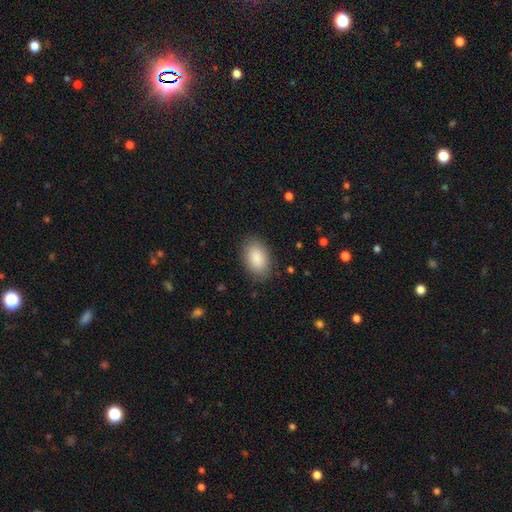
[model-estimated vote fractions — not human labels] Smooth or featured: smooth — 89% (star or artifact — 6%)
How rounded: in between — 92% (round — 7%)
Merging: none — 85% (minor disturbance — 11%)